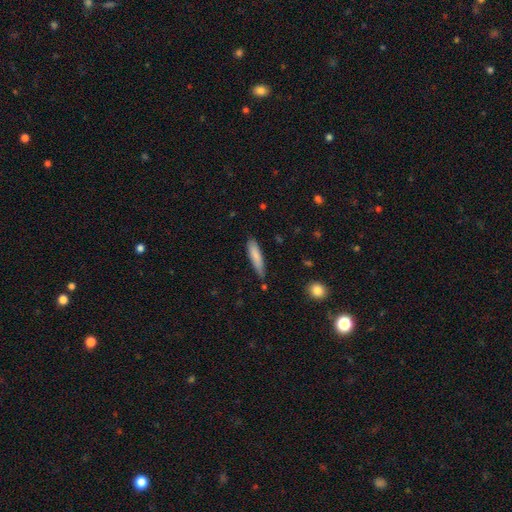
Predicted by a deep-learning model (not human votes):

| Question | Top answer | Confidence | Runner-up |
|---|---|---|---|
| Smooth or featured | smooth | 81% | featured or disk (13%) |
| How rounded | cigar-shaped | 78% | in between (21%) |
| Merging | none | 74% | minor disturbance (20%) |